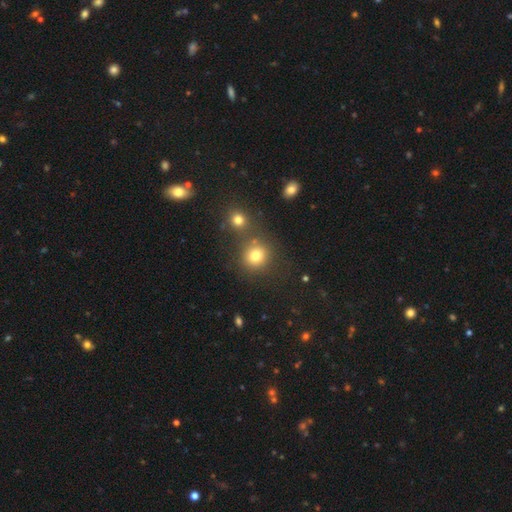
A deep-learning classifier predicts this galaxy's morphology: smooth 78%, star or artifact 15%, featured or disk 8%. Down the decision tree: how rounded — round (89%); merging — none (69%).